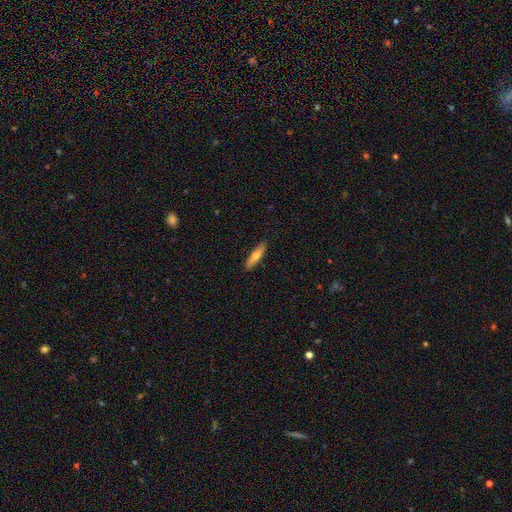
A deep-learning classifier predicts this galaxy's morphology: This is likely a smooth galaxy (66%). How rounded: likely cigar-shaped (80%). Merging: clearly none (90%).